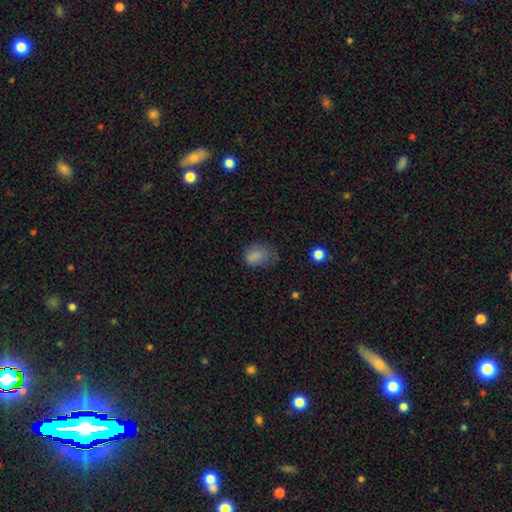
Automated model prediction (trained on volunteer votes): A smooth galaxy with no disk features (79%) that is in between round and cigar-shaped (70%).

Vote fractions:
- Smooth or featured? smooth: 79% / star or artifact: 11% / featured or disk: 10%
- How rounded? in between: 70% / round: 29% / cigar-shaped: 1%
- Merging? none: 38% / minor disturbance: 34% / major disturbance: 25% / merger: 2%